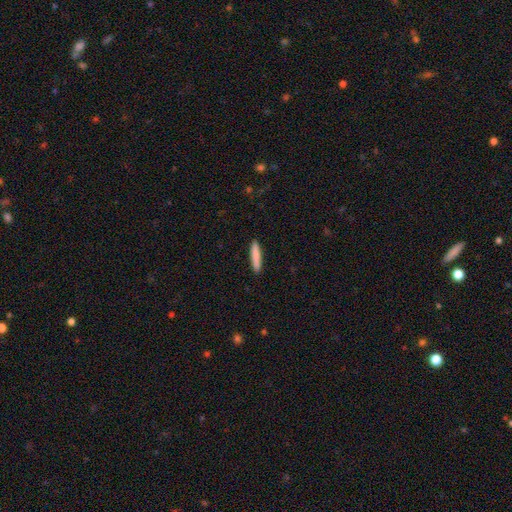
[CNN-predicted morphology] Q: Smooth or featured?
A: smooth (84%); runner-up: featured or disk (10%)
Q: How rounded?
A: cigar-shaped (92%); runner-up: in between (7%)
Q: Merging?
A: none (92%); runner-up: minor disturbance (6%)